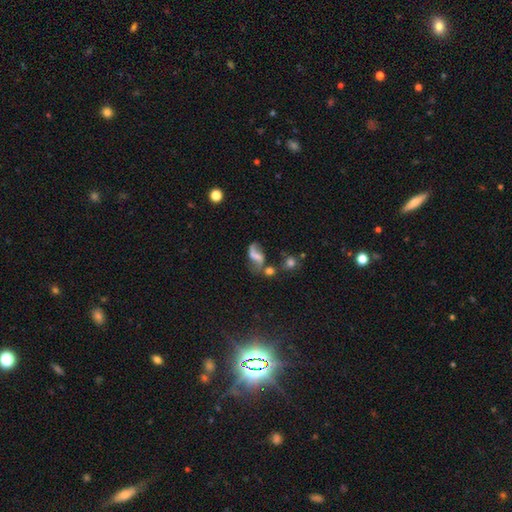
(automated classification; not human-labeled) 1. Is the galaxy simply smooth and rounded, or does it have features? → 59% featured or disk, 28% smooth, 13% star or artifact.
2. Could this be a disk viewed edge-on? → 96% no, 4% yes.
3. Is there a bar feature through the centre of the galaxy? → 40% weak, 37% no, 22% strong.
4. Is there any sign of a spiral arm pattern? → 81% yes, 19% no.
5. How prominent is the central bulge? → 46% none, 26% small, 20% moderate, 6% large, 2% dominant.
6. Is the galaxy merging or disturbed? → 40% none, 22% merger, 20% minor disturbance, 18% major disturbance.